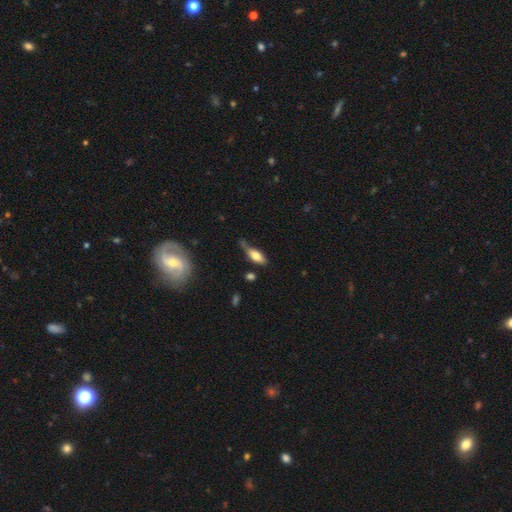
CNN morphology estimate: Smooth or featured? smooth (67%)
How rounded? in between (70%)
Merging? none (46%)